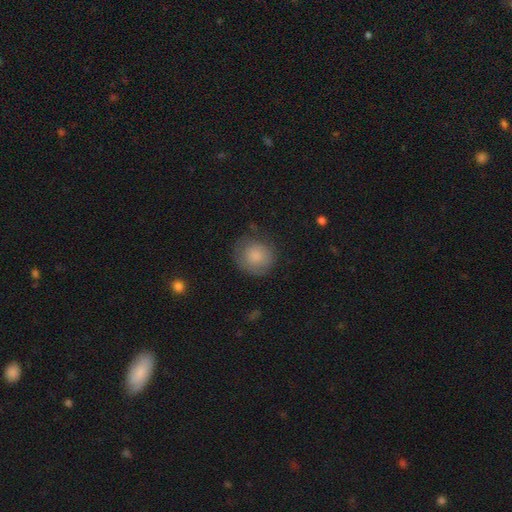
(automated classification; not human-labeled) This is clearly a smooth galaxy (80%). How rounded: clearly round (87%). Merging: likely none (69%).